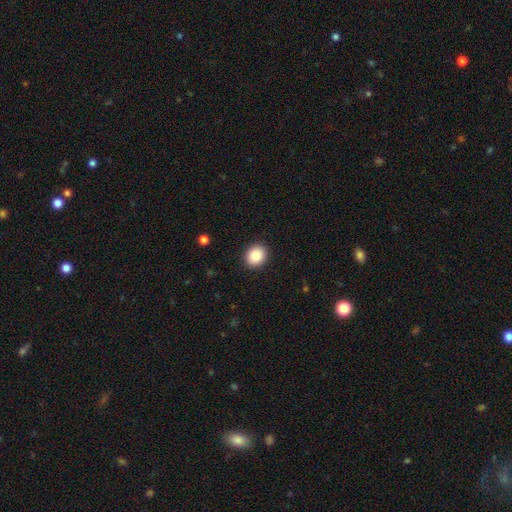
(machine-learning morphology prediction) Smooth or featured?
  - smooth: 88% *
  - star or artifact: 8%
  - featured or disk: 4%
How rounded?
  - round: 70% *
  - in between: 29%
  - cigar-shaped: 1%
Merging?
  - none: 91% *
  - minor disturbance: 6%
  - major disturbance: 2%
  - merger: 1%